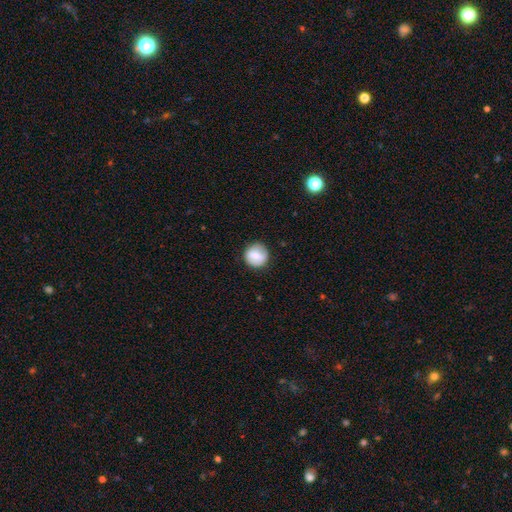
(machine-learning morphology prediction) smooth_or_featured: smooth (p=0.68) [alt: featured or disk p=0.24]
how_rounded: round (p=0.92) [alt: in between p=0.07]
merging: none (p=0.84) [alt: minor disturbance p=0.12]